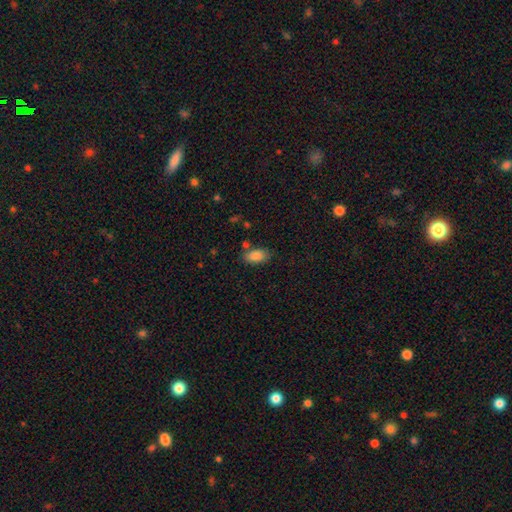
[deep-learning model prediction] Overall: smooth (86%). How rounded: in between (92%). Merging: none (77%).